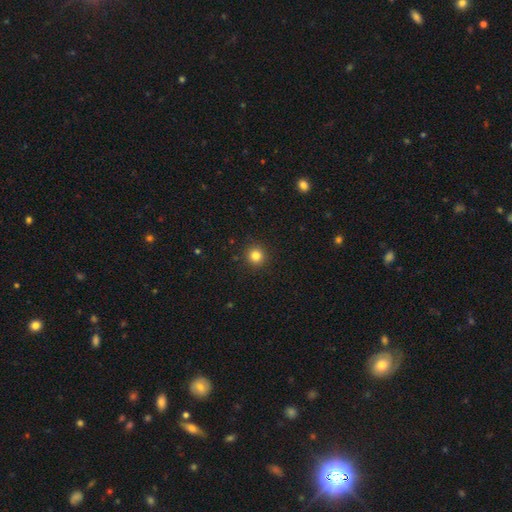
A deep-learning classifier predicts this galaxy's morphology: smooth_or_featured: smooth (p=0.83) [alt: star or artifact p=0.12]
how_rounded: round (p=0.93) [alt: in between p=0.06]
merging: none (p=0.91) [alt: minor disturbance p=0.06]